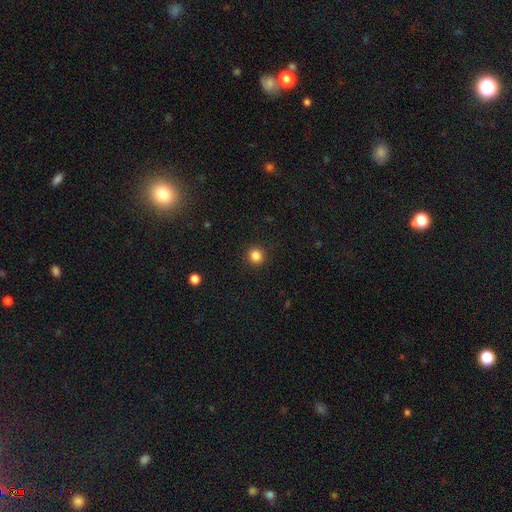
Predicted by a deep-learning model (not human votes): This appears to be a smooth galaxy with no disk features (85%) that is round (93%). Merging: none (92%).